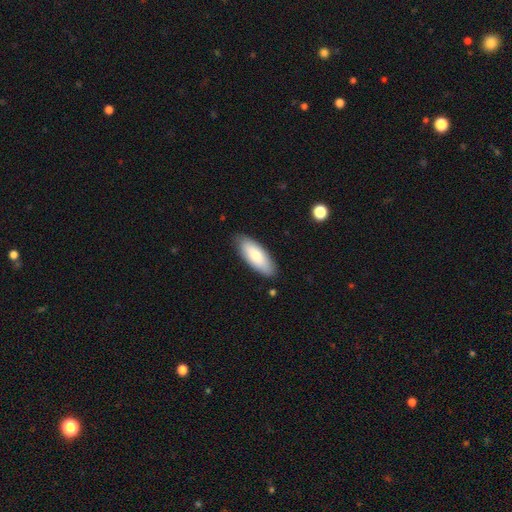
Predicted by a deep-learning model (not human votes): This is likely a smooth galaxy (78%). How rounded: likely in between (77%). Merging: clearly none (85%).